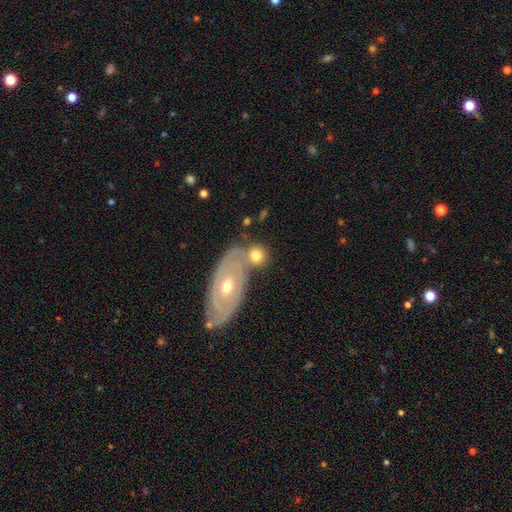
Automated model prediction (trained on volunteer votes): Q: Smooth or featured?
A: smooth (60%); runner-up: featured or disk (33%)
Q: How rounded?
A: round (68%); runner-up: in between (30%)
Q: Merging?
A: none (47%); runner-up: merger (35%)